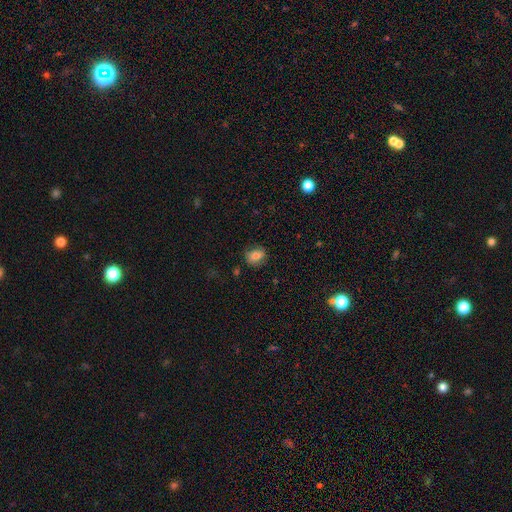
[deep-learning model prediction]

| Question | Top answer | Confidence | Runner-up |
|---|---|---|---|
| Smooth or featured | smooth | 76% | featured or disk (13%) |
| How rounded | round | 50% | in between (48%) |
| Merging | none | 79% | minor disturbance (15%) |